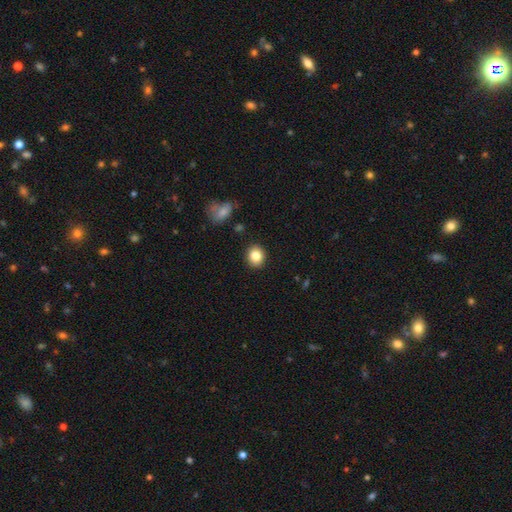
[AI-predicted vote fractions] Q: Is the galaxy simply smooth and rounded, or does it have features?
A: smooth — 84%.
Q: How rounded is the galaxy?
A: round — 72%.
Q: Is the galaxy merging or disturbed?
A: none — 90%.